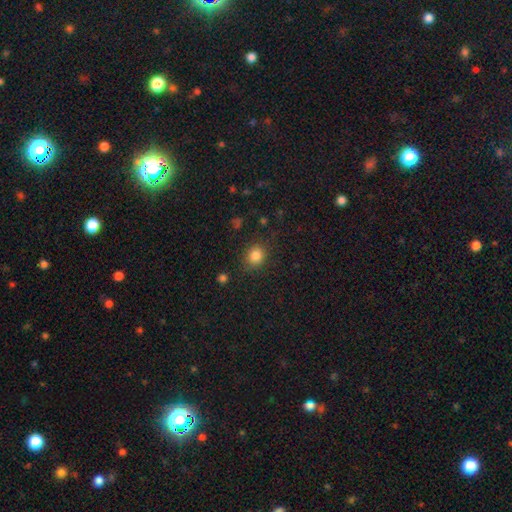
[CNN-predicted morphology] This is clearly a smooth galaxy (83%). How rounded: likely round (73%). Merging: clearly none (84%).